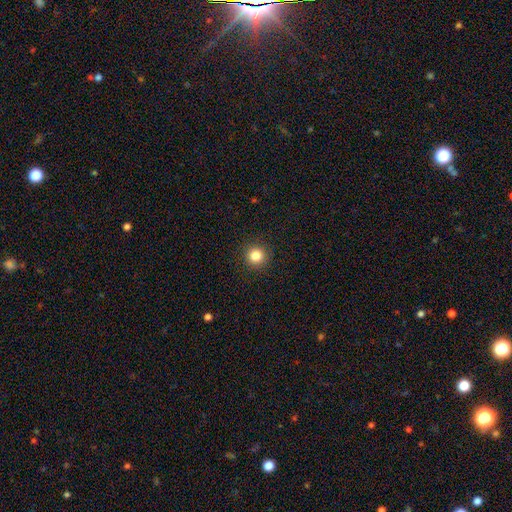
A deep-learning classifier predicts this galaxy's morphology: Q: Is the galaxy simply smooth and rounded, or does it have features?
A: smooth — 84%.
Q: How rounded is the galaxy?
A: round — 95%.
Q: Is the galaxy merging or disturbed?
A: none — 92%.